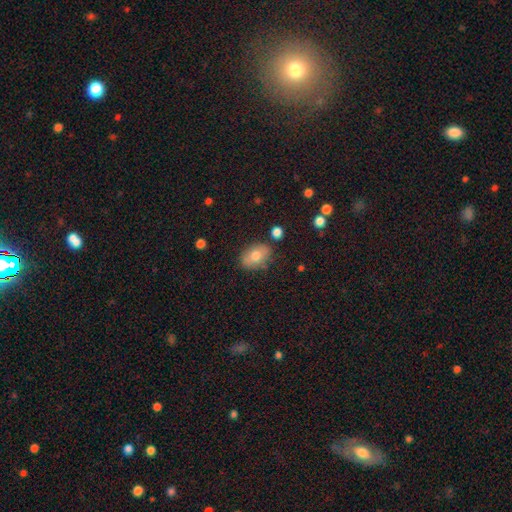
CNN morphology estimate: smooth_or_featured: smooth (p=0.71) [alt: featured or disk p=0.20]
how_rounded: in between (p=0.80) [alt: round p=0.18]
merging: none (p=0.81) [alt: minor disturbance p=0.13]